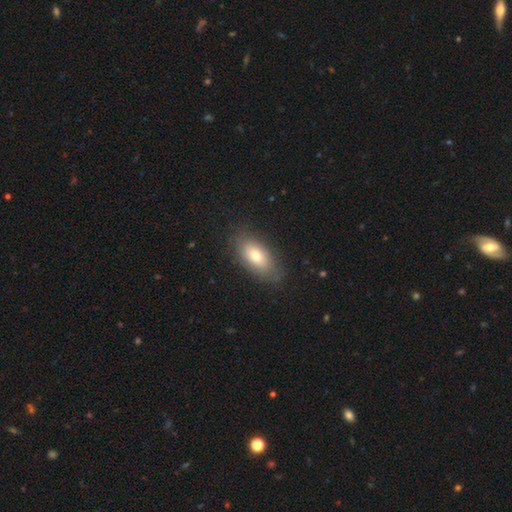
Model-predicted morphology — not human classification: A smooth galaxy with no disk features (72%) that is in between round and cigar-shaped (89%).

Vote fractions:
- Smooth or featured? smooth: 72% / featured or disk: 19% / star or artifact: 8%
- How rounded? in between: 89% / cigar-shaped: 6% / round: 5%
- Merging? none: 80% / minor disturbance: 15% / major disturbance: 4% / merger: 1%